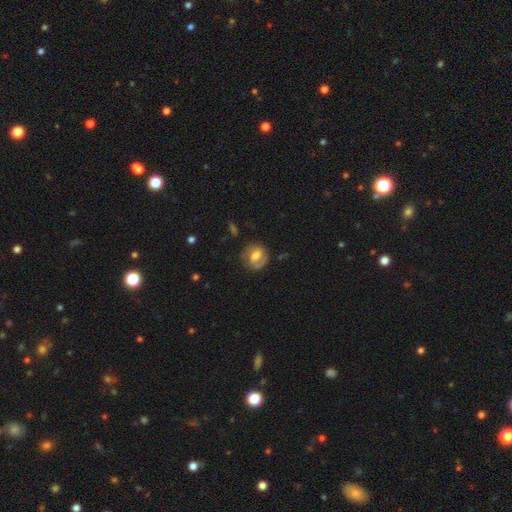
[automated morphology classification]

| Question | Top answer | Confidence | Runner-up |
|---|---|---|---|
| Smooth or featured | featured or disk | 57% | smooth (36%) |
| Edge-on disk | no | 96% | yes (4%) |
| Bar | weak | 49% | no (30%) |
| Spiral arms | yes | 78% | no (22%) |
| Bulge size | moderate | 56% | large (19%) |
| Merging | none | 72% | minor disturbance (18%) |